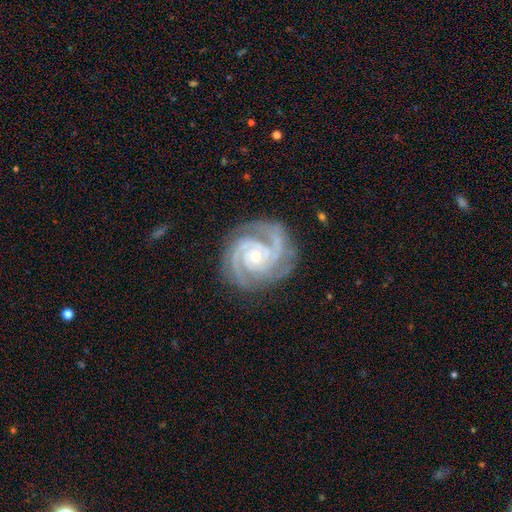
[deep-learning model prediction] smooth-or-featured: featured or disk: 93% | star or artifact: 4% | smooth: 3%
  disk-edge-on: no: 98% | yes: 2%
    bar: no: 67% | weak: 23% | strong: 10%
    has-spiral-arms: yes: 99% | no: 1%
      spiral-winding: tight: 76% | medium: 22% | loose: 2%
      spiral-arm-count: 2: 45% | 3: 36% | 4: 6% | can't tell: 5% | more than 4: 3% | 1: 3%
    bulge-size: small: 64% | moderate: 32% | large: 1% | none: 1% | dominant: 1%
  merging: none: 78% | minor disturbance: 16% | major disturbance: 5% | merger: 2%